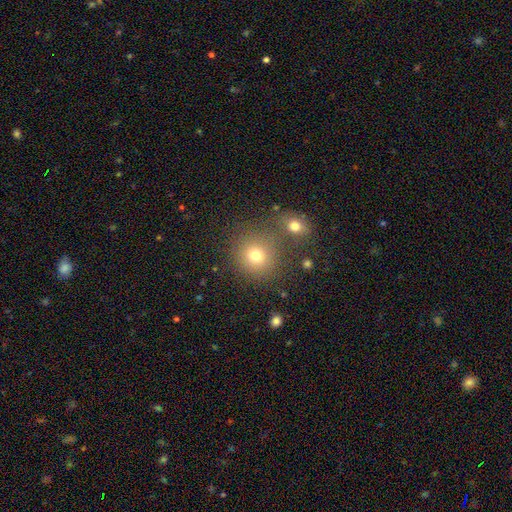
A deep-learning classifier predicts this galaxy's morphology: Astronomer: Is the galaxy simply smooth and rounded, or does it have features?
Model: smooth — 74%.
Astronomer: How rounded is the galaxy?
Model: round — 88%.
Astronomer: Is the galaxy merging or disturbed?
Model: none — 67%.